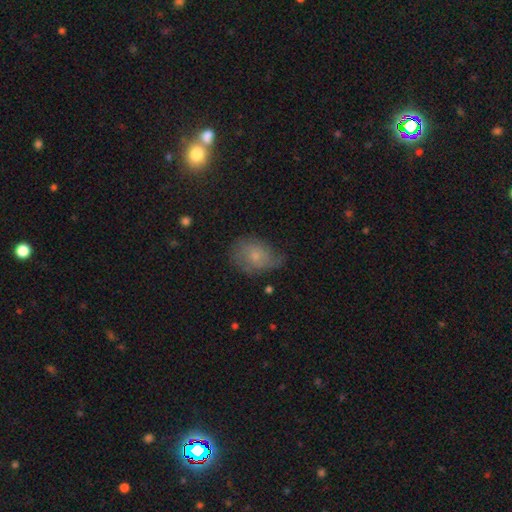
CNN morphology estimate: This is possibly a smooth galaxy (54%). How rounded: likely in between (66%). Merging: possibly none (49%).